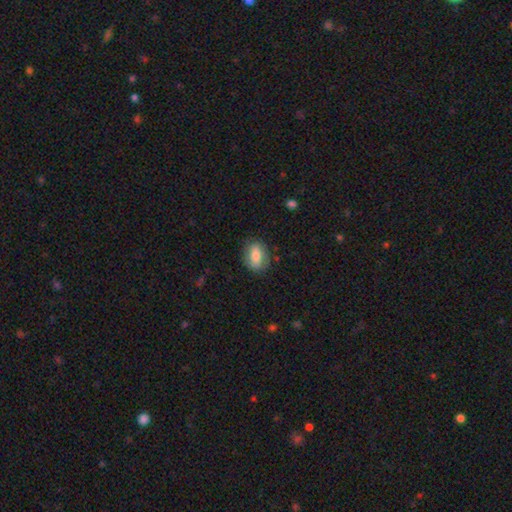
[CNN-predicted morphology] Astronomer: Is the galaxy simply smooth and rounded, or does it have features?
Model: smooth — 71%.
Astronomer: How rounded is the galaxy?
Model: in between — 77%.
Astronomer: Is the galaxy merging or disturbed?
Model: none — 81%.